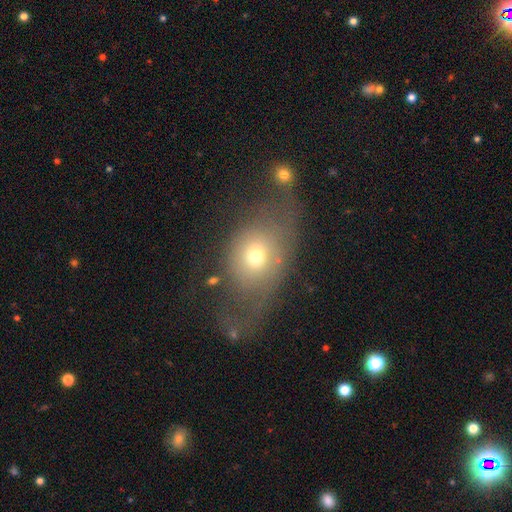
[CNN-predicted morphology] type=smooth (62%); roundness=round (50%); merging=major disturbance (37%).